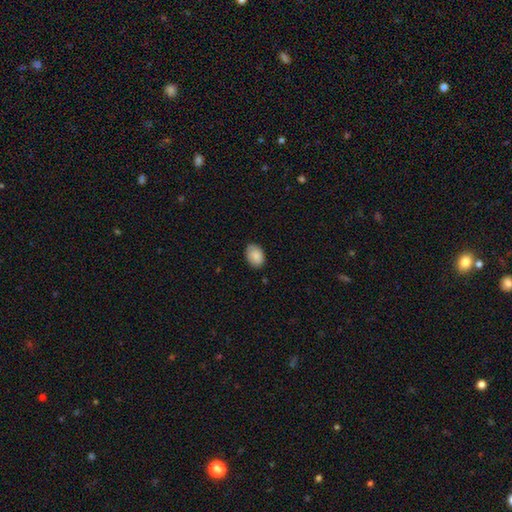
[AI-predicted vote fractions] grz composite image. It shows a smooth galaxy with no disk features (88%) that is in between round and cigar-shaped (77%). Merging: none (77%).